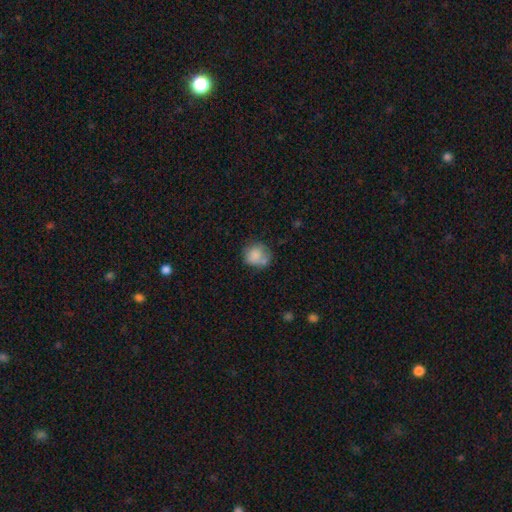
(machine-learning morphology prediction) Overall: smooth (78%). How rounded: round (80%). Merging: none (52%; minor disturbance 24%).